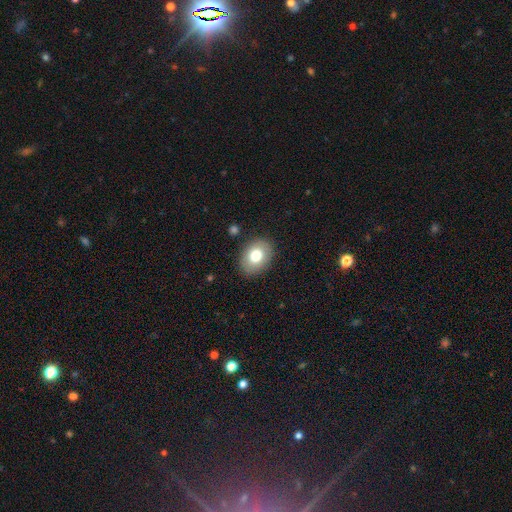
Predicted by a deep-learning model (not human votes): The model was most divided on "how rounded": in between: 66%, round: 33%, cigar-shaped: 1%. More confident: merging — none (87%); smooth or featured — smooth (77%).